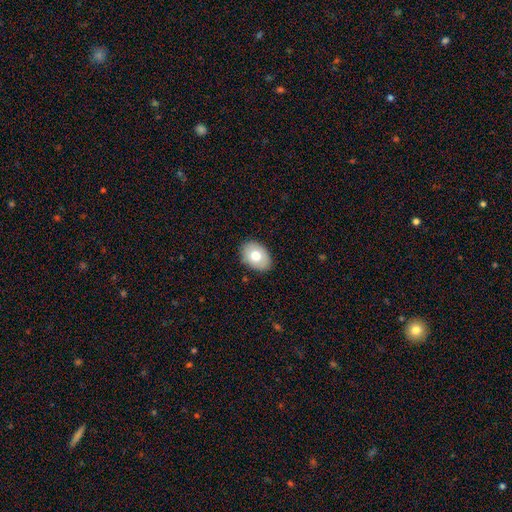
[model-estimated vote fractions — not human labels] Overall: smooth (73%). How rounded: in between (78%). Merging: none (87%).